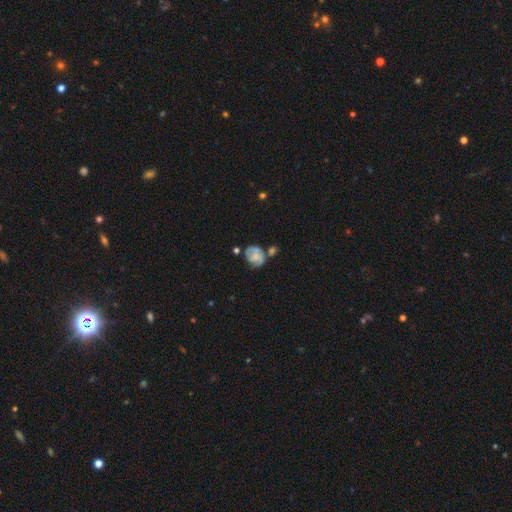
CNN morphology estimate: Overall: featured or disk (57%; smooth 35%). Edge-on disk: no (98%). Bar: no (70%). Spiral arms: yes (72%). Bulge size: small (41%; moderate 27%). Merging: none (41%; minor disturbance 23%).